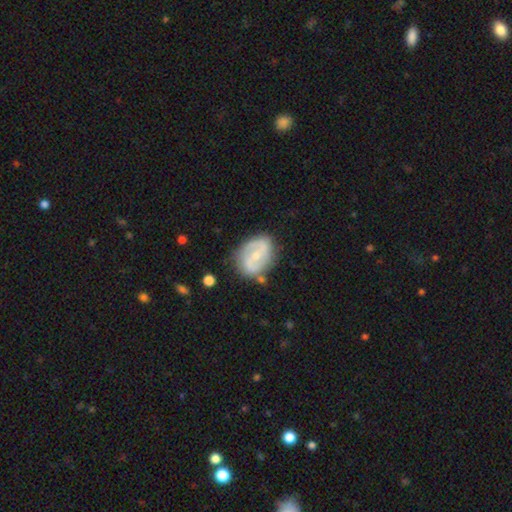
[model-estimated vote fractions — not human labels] A featured or disk galaxy (73%) with a weak bar (47%), 2 (83%) medium (46%) spiral arms (83%) and a small central bulge (56%). Merging: none (75%).